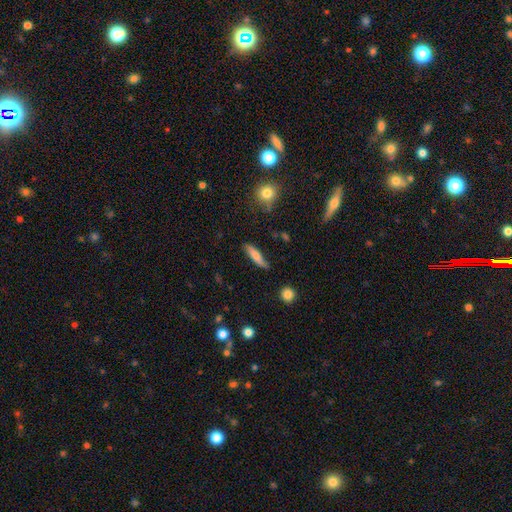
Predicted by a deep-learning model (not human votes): A smooth galaxy with no disk features (66%) that is cigar-shaped (75%). Merging: none (74%).